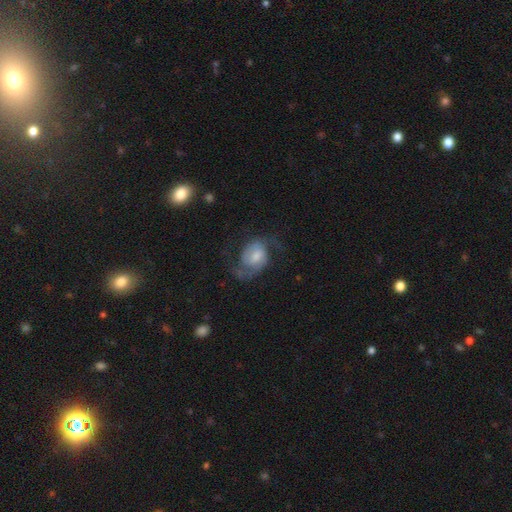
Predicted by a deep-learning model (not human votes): Smooth or featured: featured or disk — 71% (smooth — 23%)
Edge-on disk: no — 97% (yes — 3%)
Bar: weak — 48% (no — 42%)
Spiral arms: yes — 92% (no — 8%)
Spiral winding: medium — 46% (loose — 39%)
Spiral arm count: 2 — 84% (can't tell — 6%)
Bulge size: moderate — 42% (small — 29%)
Merging: none — 54% (major disturbance — 24%)